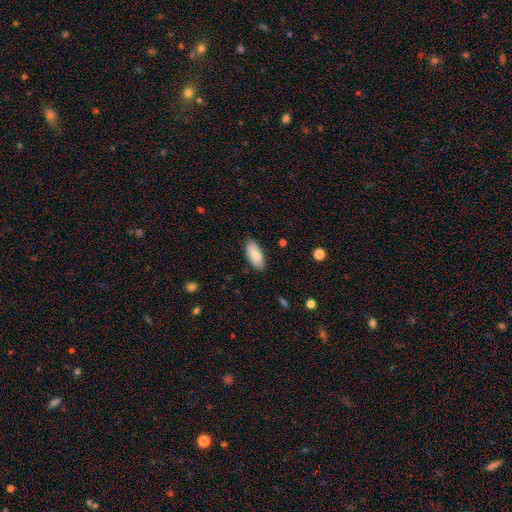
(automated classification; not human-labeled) A smooth galaxy with no disk features (86%) that is in between round and cigar-shaped (88%).

Vote fractions:
- Smooth or featured? smooth: 86% / featured or disk: 8% / star or artifact: 6%
- How rounded? in between: 88% / cigar-shaped: 10% / round: 2%
- Merging? none: 85% / minor disturbance: 11% / major disturbance: 2% / merger: 1%